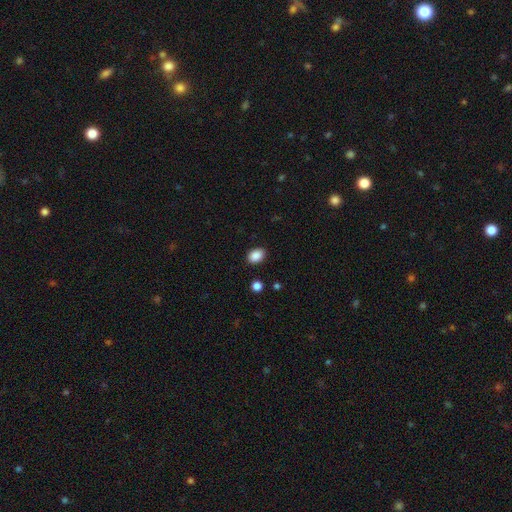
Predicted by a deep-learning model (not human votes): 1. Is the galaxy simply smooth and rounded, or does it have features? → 88% smooth, 9% star or artifact, 3% featured or disk.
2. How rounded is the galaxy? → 70% in between, 29% round, 1% cigar-shaped.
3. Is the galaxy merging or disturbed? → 88% none, 9% minor disturbance, 2% major disturbance, 2% merger.